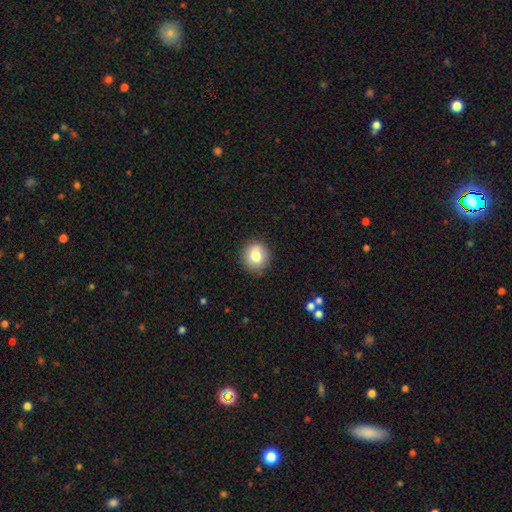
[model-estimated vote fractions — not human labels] A smooth galaxy with no disk features (80%) that is round (85%). Merging: none (87%).